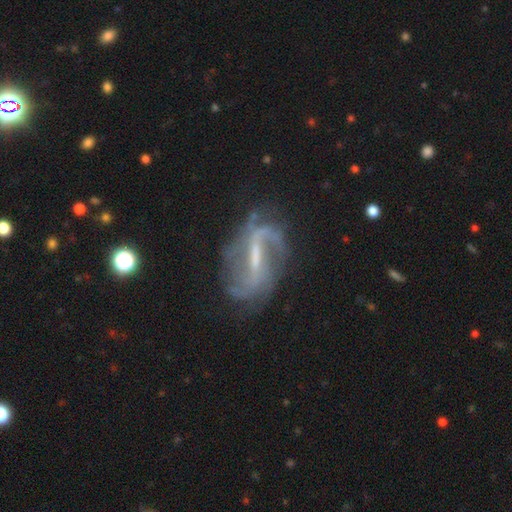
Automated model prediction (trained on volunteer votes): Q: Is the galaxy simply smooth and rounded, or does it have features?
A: featured or disk — 86%.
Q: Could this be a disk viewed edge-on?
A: no — 94%.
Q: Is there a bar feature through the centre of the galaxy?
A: strong — 54%.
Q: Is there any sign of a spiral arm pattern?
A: yes — 93%.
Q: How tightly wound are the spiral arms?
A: loose — 52%.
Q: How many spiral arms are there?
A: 2 — 64%.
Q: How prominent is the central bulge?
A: small — 46%.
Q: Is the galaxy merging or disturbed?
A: none — 64%.